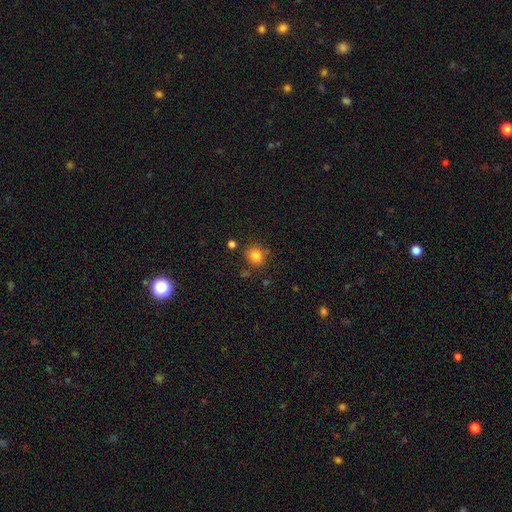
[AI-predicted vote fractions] Smooth or featured? Predicted: smooth (p=0.82). How rounded? Predicted: round (p=0.82). Merging? Predicted: none (p=0.78).